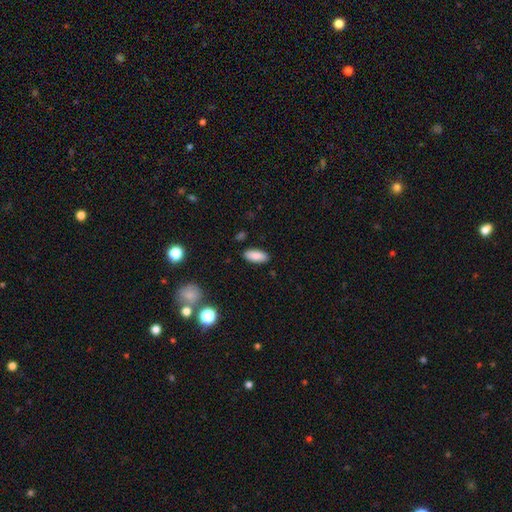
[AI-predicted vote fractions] A smooth galaxy with no disk features (88%) that is in between round and cigar-shaped (86%).

Vote fractions:
- Smooth or featured? smooth: 88% / star or artifact: 7% / featured or disk: 5%
- How rounded? in between: 86% / cigar-shaped: 13% / round: 2%
- Merging? none: 87% / minor disturbance: 9% / major disturbance: 2% / merger: 2%